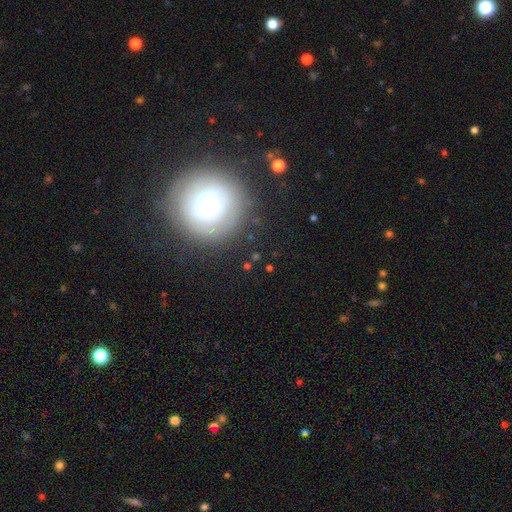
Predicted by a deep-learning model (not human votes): Smooth or featured? Predicted: smooth (p=0.46). Merging? Predicted: none (p=0.76).